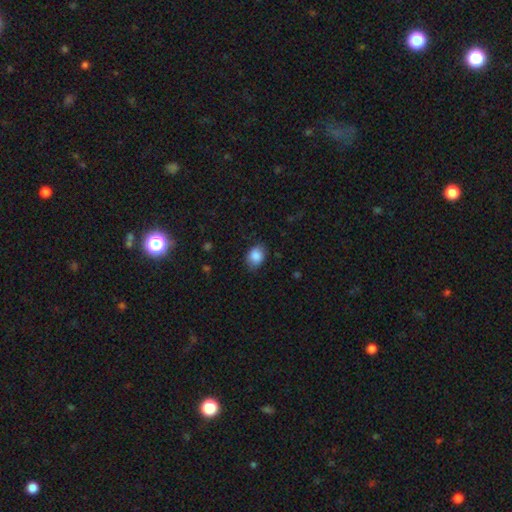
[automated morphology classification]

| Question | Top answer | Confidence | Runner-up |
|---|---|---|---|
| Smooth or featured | smooth | 87% | star or artifact (8%) |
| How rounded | in between | 72% | round (27%) |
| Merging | none | 77% | minor disturbance (18%) |